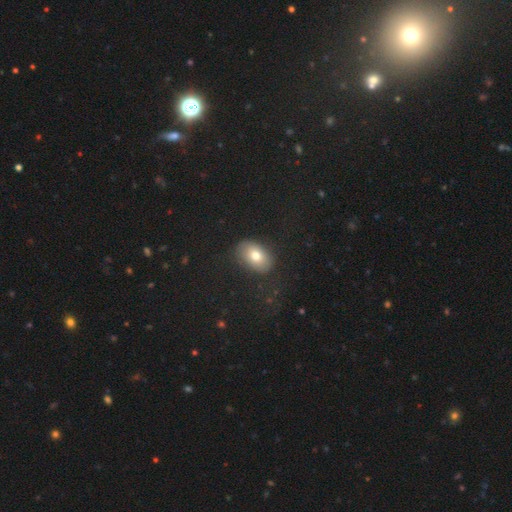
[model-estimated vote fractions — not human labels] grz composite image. It shows a smooth galaxy with no disk features (75%) that is in between round and cigar-shaped (82%). Merging: none (83%).